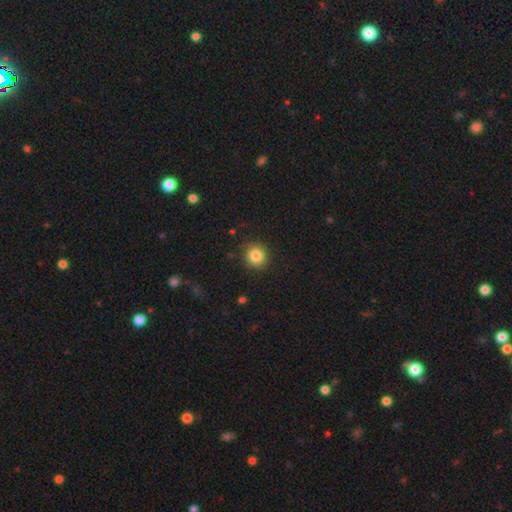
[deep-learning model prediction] Smooth or featured? smooth (84%)
How rounded? round (92%)
Merging? none (90%)